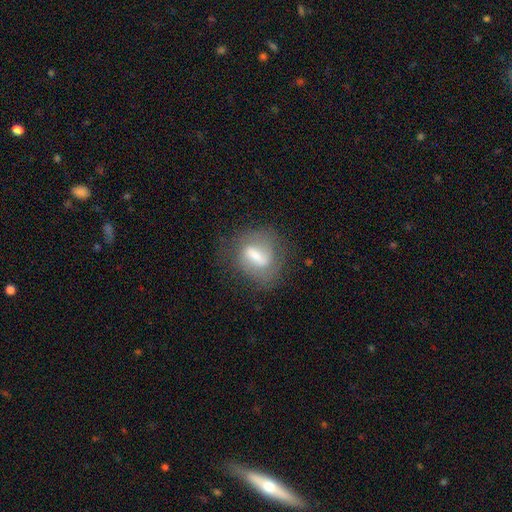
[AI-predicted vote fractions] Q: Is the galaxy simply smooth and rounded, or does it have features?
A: featured or disk — 54%.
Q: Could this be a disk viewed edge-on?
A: no — 90%.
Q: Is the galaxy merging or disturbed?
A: none — 65%.